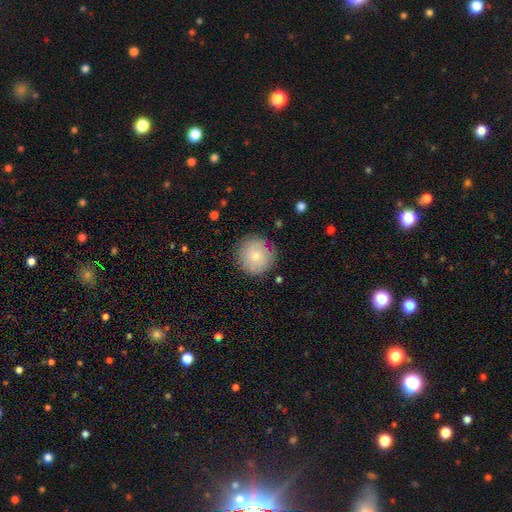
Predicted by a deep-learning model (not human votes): Overall: smooth (77%). How rounded: round (95%). Merging: none (85%).